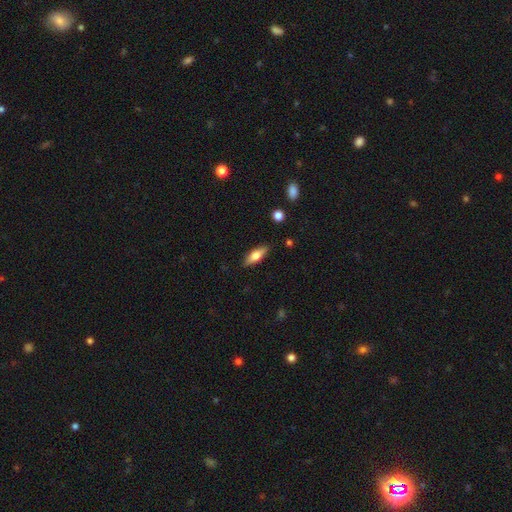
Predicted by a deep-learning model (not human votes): Smooth or featured: smooth — 61% (featured or disk — 33%)
How rounded: in between — 57% (cigar-shaped — 40%)
Merging: none — 86% (minor disturbance — 10%)